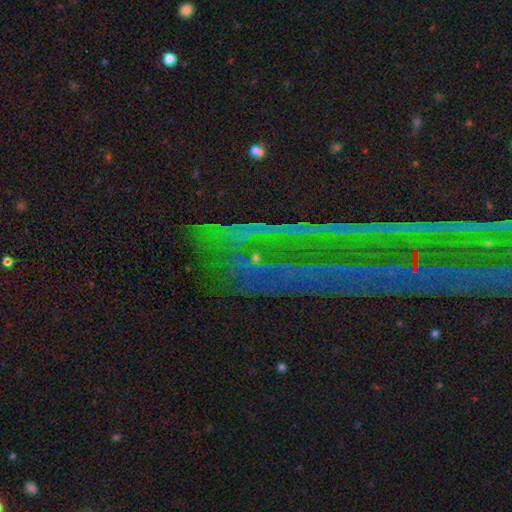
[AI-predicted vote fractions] Smooth or featured? star or artifact (79%)